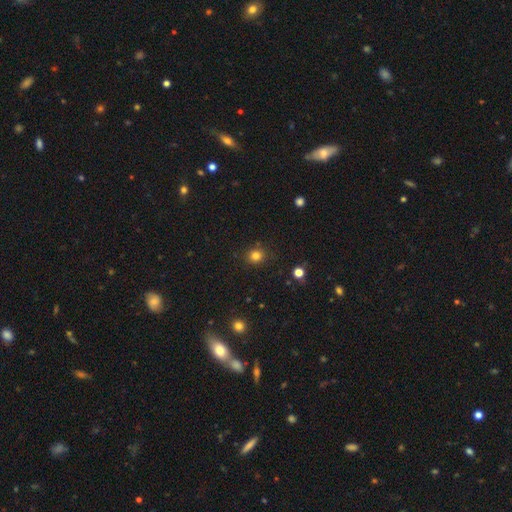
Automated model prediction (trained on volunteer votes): smooth_or_featured: smooth (p=0.81) [alt: star or artifact p=0.14]
how_rounded: round (p=0.85) [alt: in between p=0.14]
merging: none (p=0.86) [alt: minor disturbance p=0.09]